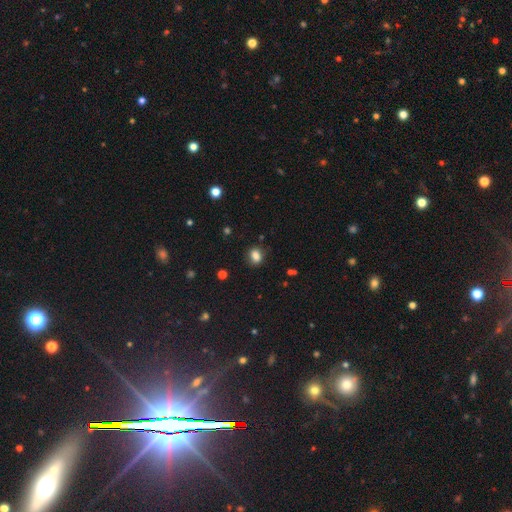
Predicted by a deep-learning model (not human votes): Overall: smooth (83%). How rounded: in between (55%; round 43%). Merging: none (82%).